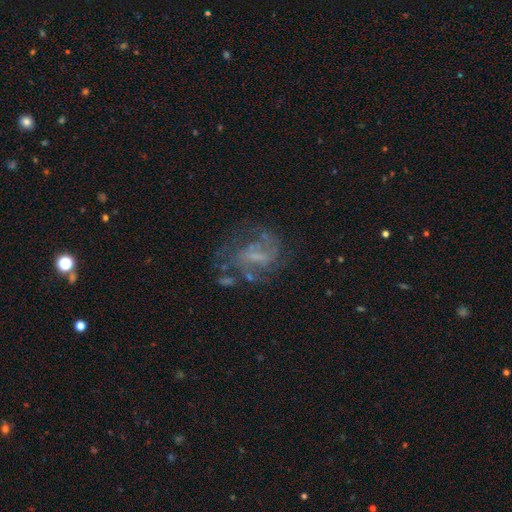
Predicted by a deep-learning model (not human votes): The model was most divided on "spiral arm count": 2: 40%, can't tell: 33%, 3: 12%, 1: 7%, 4: 4%, more than 4: 3%. Remaining: edge-on disk — no (97%); spiral arms — yes (75%); smooth or featured — featured or disk (71%); merging — none (50%); bar — weak (47%); spiral winding — medium (45%); bulge size — none (44%).